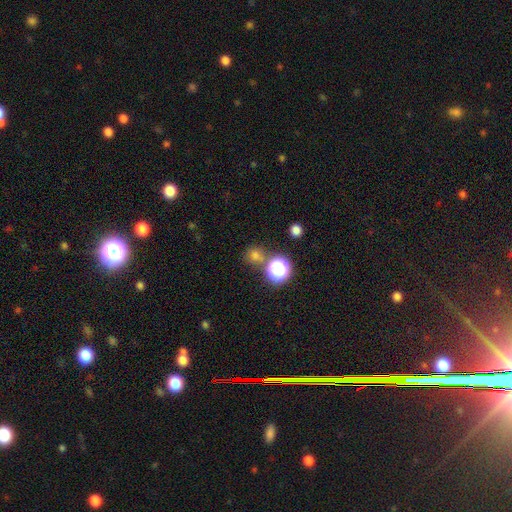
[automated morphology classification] Q: Smooth or featured?
A: smooth (65%); runner-up: star or artifact (28%)
Q: How rounded?
A: round (86%); runner-up: in between (13%)
Q: Merging?
A: none (70%); runner-up: merger (16%)